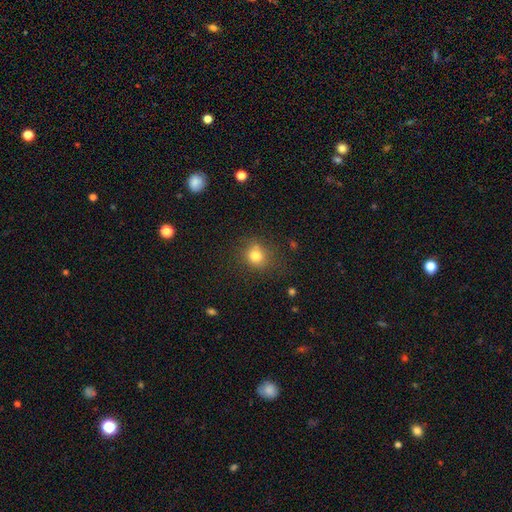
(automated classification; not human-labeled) smooth_or_featured: smooth (p=0.78) [alt: star or artifact p=0.14]
how_rounded: round (p=0.78) [alt: in between p=0.21]
merging: none (p=0.74) [alt: minor disturbance p=0.15]